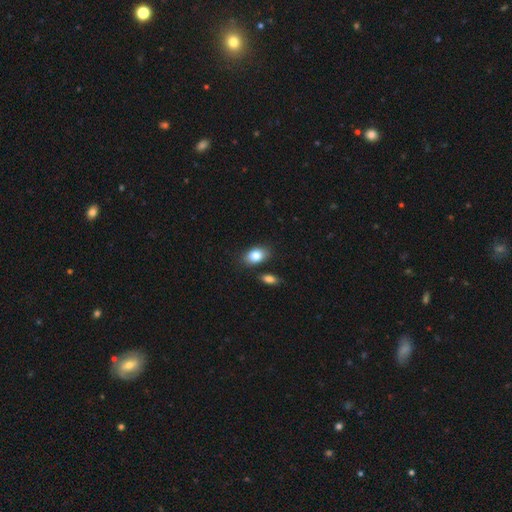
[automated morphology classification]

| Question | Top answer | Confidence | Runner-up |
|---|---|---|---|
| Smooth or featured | smooth | 82% | featured or disk (10%) |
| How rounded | in between | 81% | round (17%) |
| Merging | none | 79% | minor disturbance (11%) |